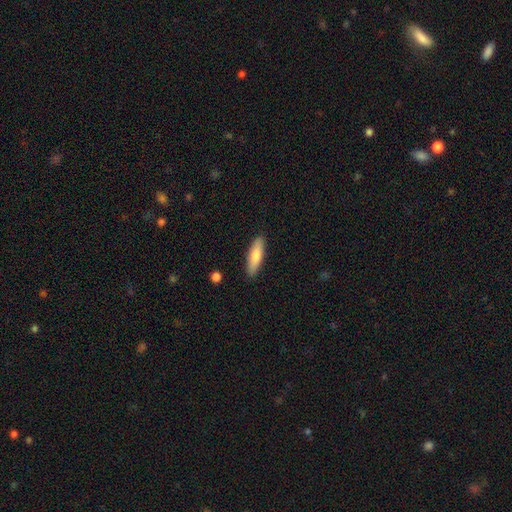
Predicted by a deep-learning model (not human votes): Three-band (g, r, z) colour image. It shows a smooth galaxy with no disk features (78%) that is cigar-shaped (59%). Merging: none (89%).